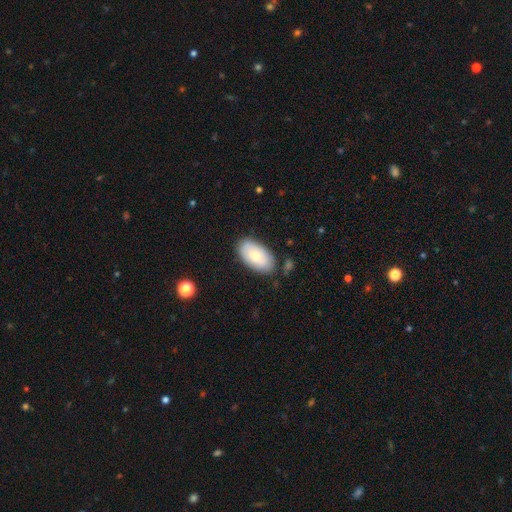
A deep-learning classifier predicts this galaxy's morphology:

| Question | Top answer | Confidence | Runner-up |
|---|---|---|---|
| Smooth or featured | smooth | 71% | featured or disk (23%) |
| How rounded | in between | 95% | round (4%) |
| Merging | none | 82% | minor disturbance (13%) |